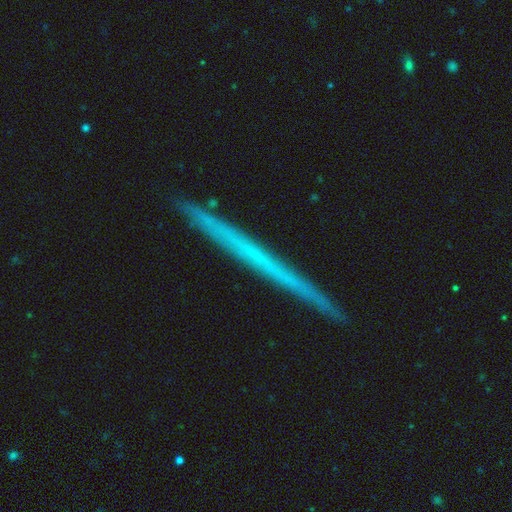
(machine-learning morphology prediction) smooth_or_featured: featured or disk (p=0.52) [alt: smooth p=0.33]
disk_edge_on: yes (p=0.95) [alt: no p=0.05]
merging: none (p=0.91) [alt: minor disturbance p=0.06]